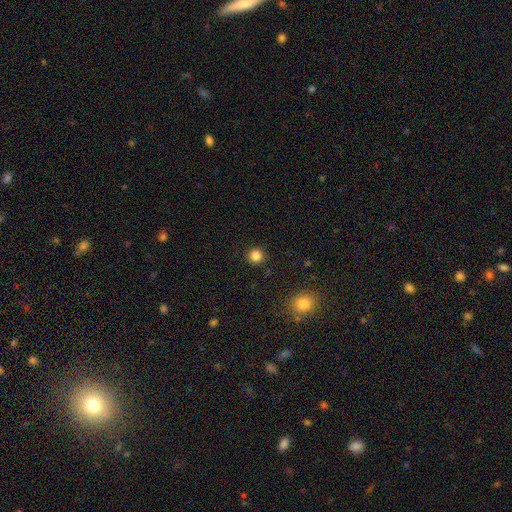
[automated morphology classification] type=smooth (84%); roundness=round (95%); merging=none (92%).